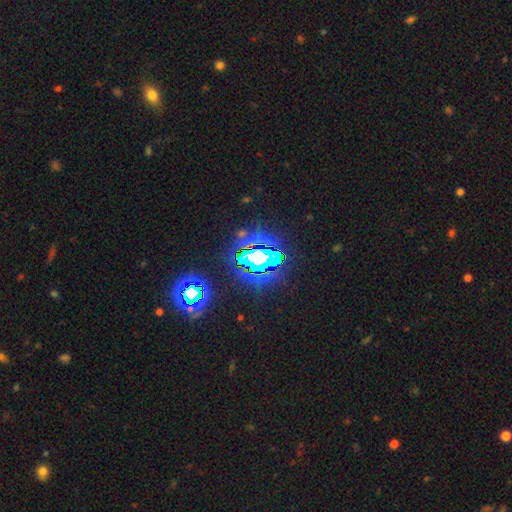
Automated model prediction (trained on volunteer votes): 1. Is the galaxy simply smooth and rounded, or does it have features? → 70% star or artifact, 16% smooth, 14% featured or disk.